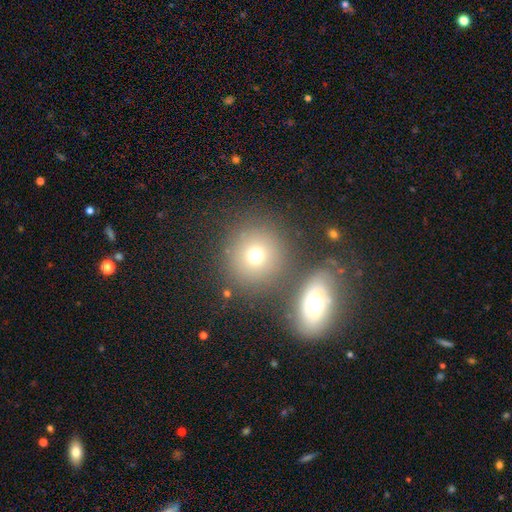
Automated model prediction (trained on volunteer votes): smooth_or_featured: smooth (p=0.71) [alt: featured or disk p=0.15]
how_rounded: round (p=0.86) [alt: in between p=0.13]
merging: none (p=0.69) [alt: merger p=0.18]